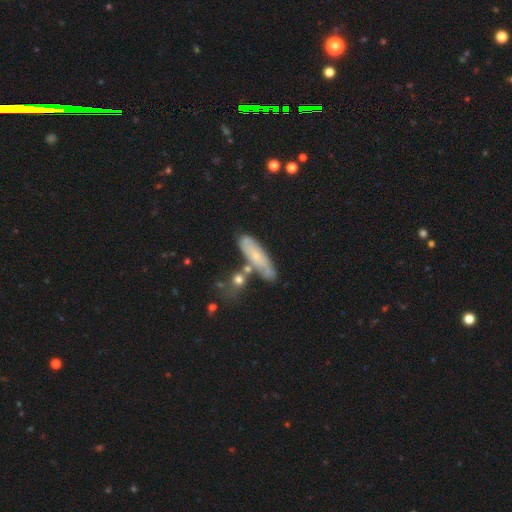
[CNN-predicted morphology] The model was most divided on "smooth or featured": smooth: 47%, featured or disk: 45%, star or artifact: 7%. More confident: merging — none (61%).